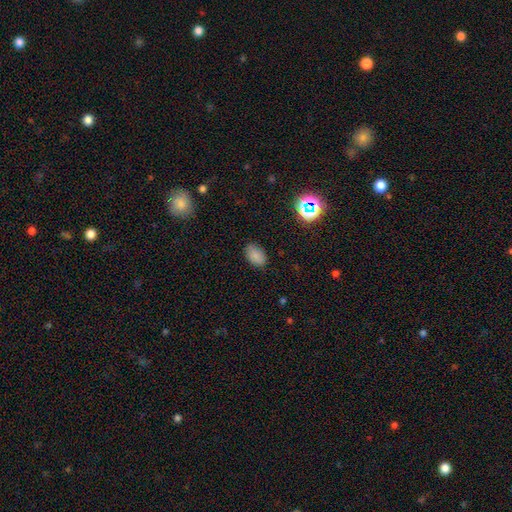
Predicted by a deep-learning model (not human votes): Overall: smooth (82%). How rounded: in between (89%). Merging: none (82%).